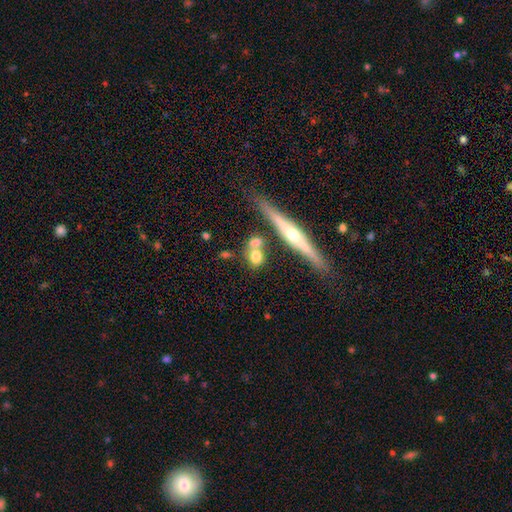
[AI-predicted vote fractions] Smooth or featured? smooth (64%)
How rounded? round (57%)
Merging? none (57%)